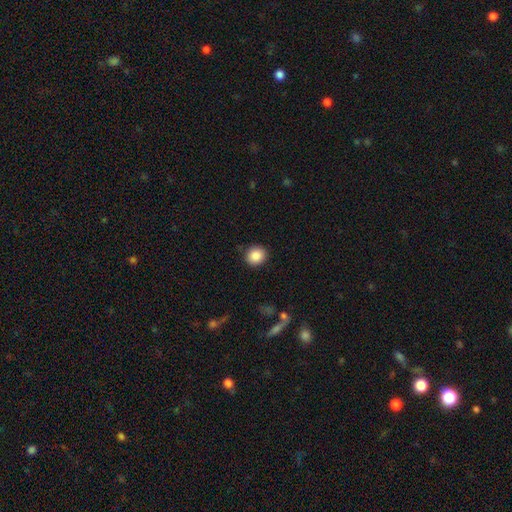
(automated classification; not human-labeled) Smooth or featured: smooth — 87% (star or artifact — 9%)
How rounded: round — 84% (in between — 15%)
Merging: none — 90% (minor disturbance — 7%)